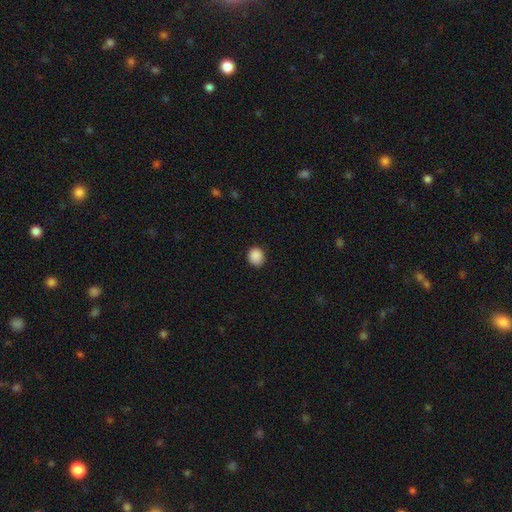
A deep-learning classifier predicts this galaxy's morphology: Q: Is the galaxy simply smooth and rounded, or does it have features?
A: smooth — 88%.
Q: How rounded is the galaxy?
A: round — 77%.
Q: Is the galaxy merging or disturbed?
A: none — 89%.